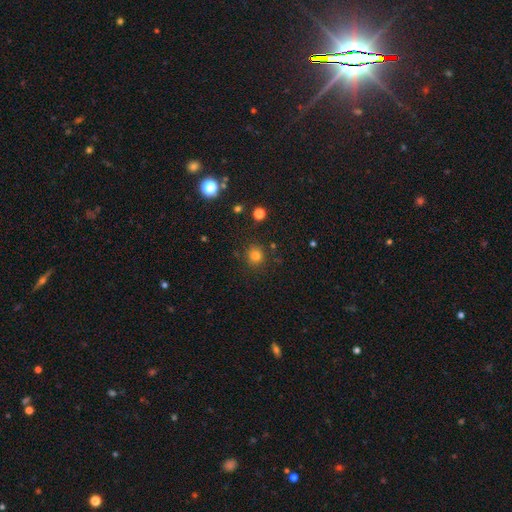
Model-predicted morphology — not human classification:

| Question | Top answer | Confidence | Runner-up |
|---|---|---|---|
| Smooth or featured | smooth | 78% | star or artifact (16%) |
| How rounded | round | 89% | in between (10%) |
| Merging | none | 86% | minor disturbance (8%) |